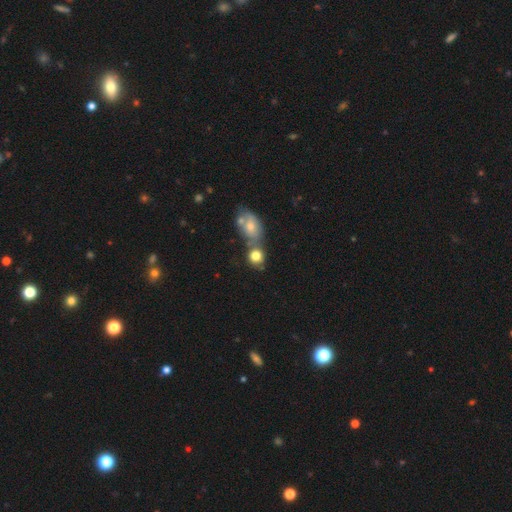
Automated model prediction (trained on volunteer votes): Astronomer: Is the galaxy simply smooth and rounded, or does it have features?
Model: smooth — 76%.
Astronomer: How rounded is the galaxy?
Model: round — 68%.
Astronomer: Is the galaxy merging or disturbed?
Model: merger — 43% (runner-up: none, 40%).